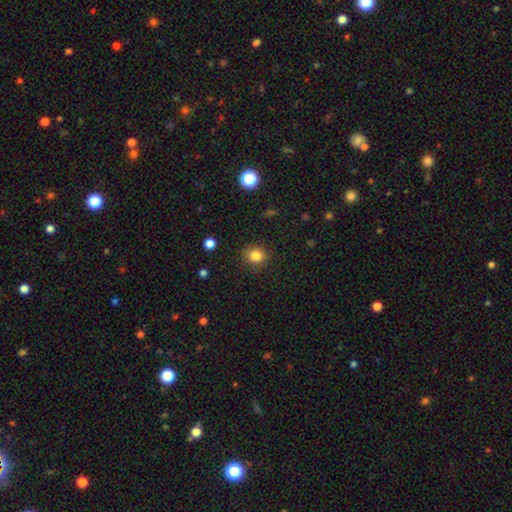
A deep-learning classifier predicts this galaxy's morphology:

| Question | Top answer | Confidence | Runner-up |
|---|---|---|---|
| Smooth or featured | smooth | 83% | star or artifact (12%) |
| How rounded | round | 72% | in between (28%) |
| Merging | none | 86% | minor disturbance (10%) |